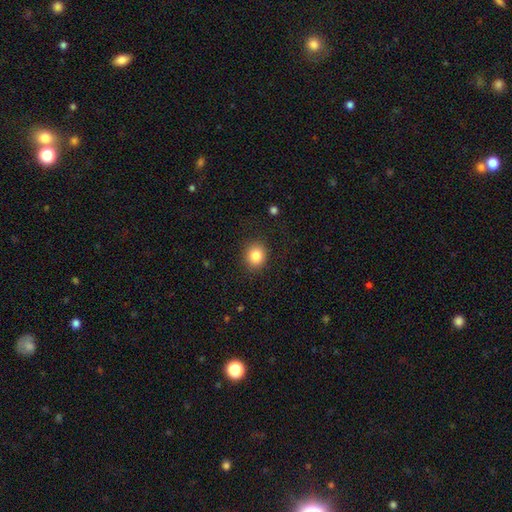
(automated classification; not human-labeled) This appears to be a smooth galaxy with no disk features (84%) that is round (76%). Merging: none (88%).